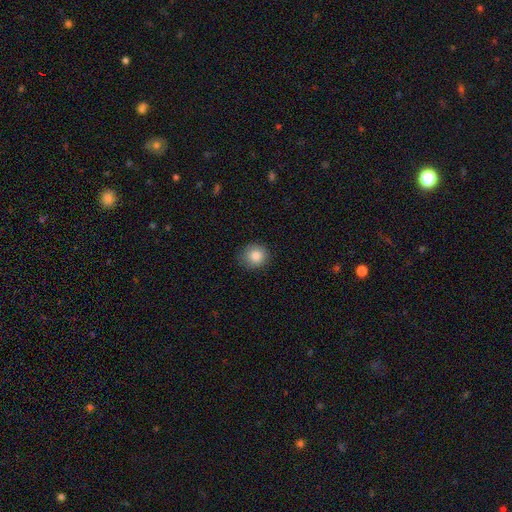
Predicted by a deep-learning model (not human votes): Smooth or featured?
  - smooth: 85% *
  - star or artifact: 9%
  - featured or disk: 6%
How rounded?
  - round: 86% *
  - in between: 13%
  - cigar-shaped: 1%
Merging?
  - none: 82% *
  - minor disturbance: 14%
  - major disturbance: 3%
  - merger: 1%